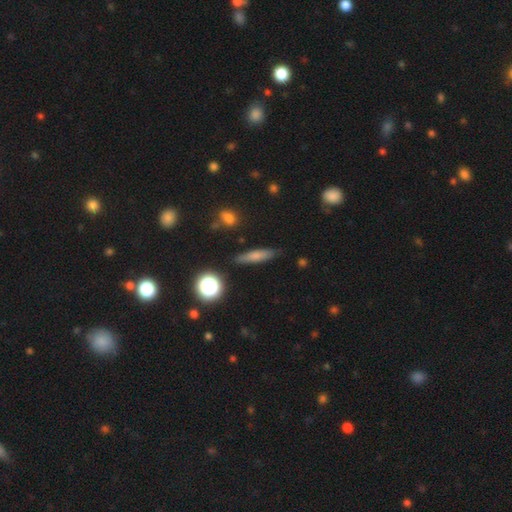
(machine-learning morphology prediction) The model was most divided on "smooth or featured": smooth: 67%, featured or disk: 22%, star or artifact: 11%. More confident: merging — none (83%); how rounded — cigar-shaped (74%).